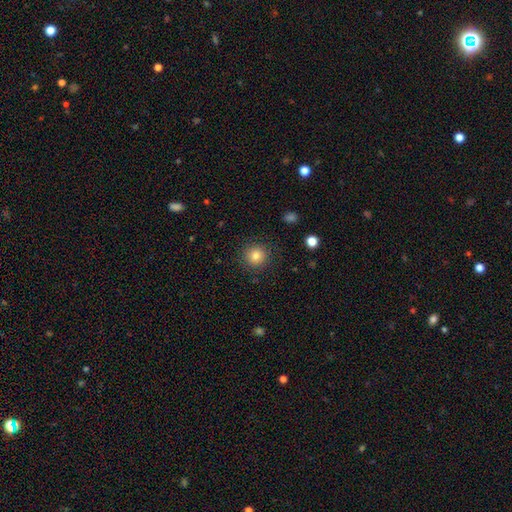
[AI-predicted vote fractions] Smooth or featured: smooth — 82% (star or artifact — 11%)
How rounded: round — 93% (in between — 6%)
Merging: none — 89% (minor disturbance — 7%)